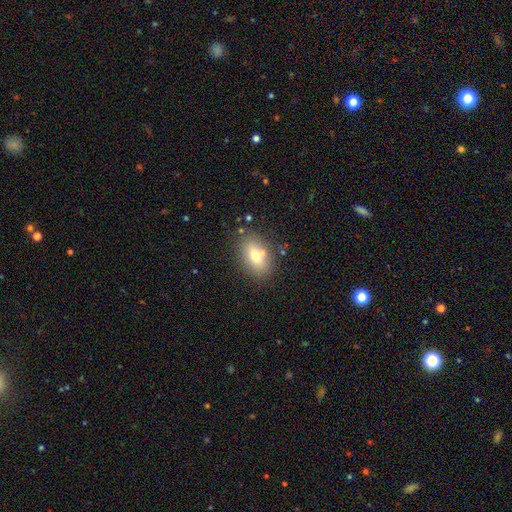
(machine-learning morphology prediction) This is likely a smooth galaxy (66%). How rounded: likely in between (79%). Merging: likely none (67%).